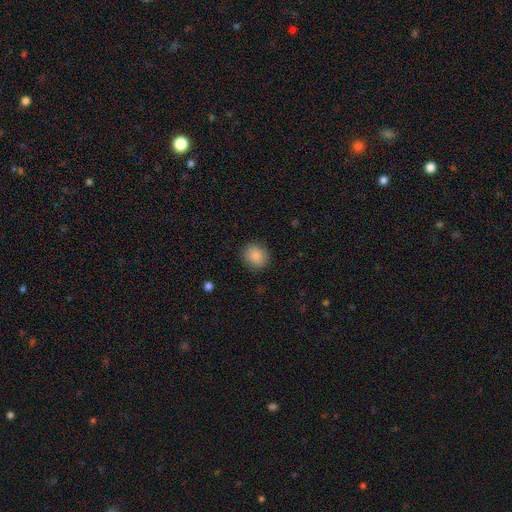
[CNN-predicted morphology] A smooth galaxy with no disk features (86%) that is round (80%).

Vote fractions:
- Smooth or featured? smooth: 86% / star or artifact: 8% / featured or disk: 6%
- How rounded? round: 80% / in between: 19% / cigar-shaped: 1%
- Merging? none: 86% / minor disturbance: 10% / major disturbance: 3% / merger: 1%